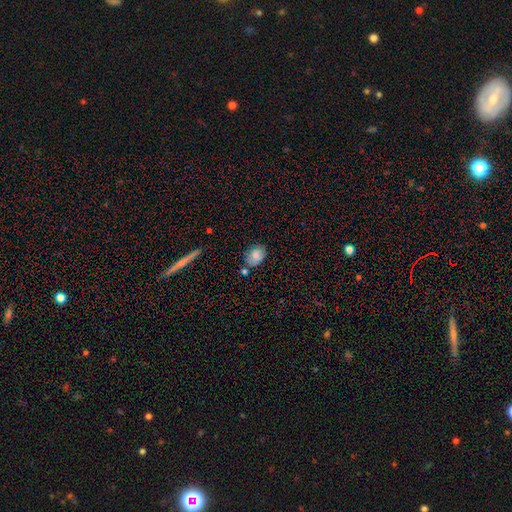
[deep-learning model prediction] A smooth galaxy with no disk features (80%) that is in between round and cigar-shaped (74%). Merging: none (65%).